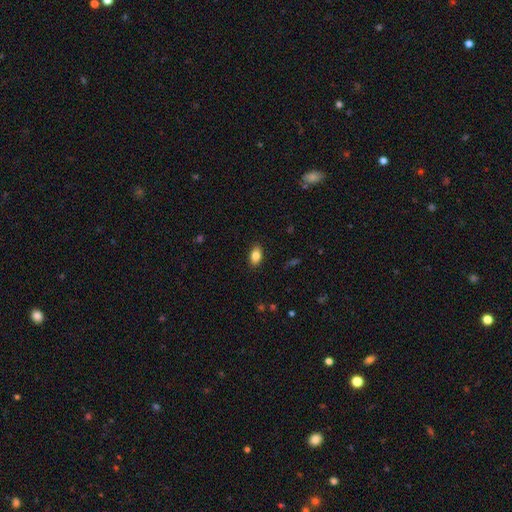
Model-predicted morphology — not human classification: This is clearly a smooth galaxy (85%). How rounded: clearly in between (89%). Merging: clearly none (88%).